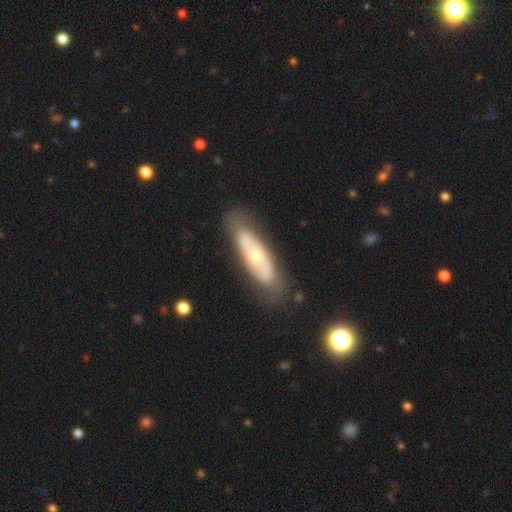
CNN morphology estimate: featured or disk 62%, smooth 32%, star or artifact 6%. Down the decision tree: edge-on disk — no (78%); merging — none (76%).